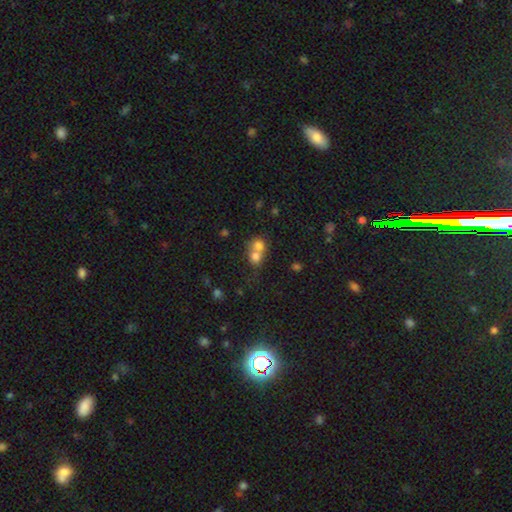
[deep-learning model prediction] The model was most divided on "merging": merger: 70%, none: 23%, minor disturbance: 5%, major disturbance: 3%. More confident: how rounded — round (73%); smooth or featured — smooth (73%).